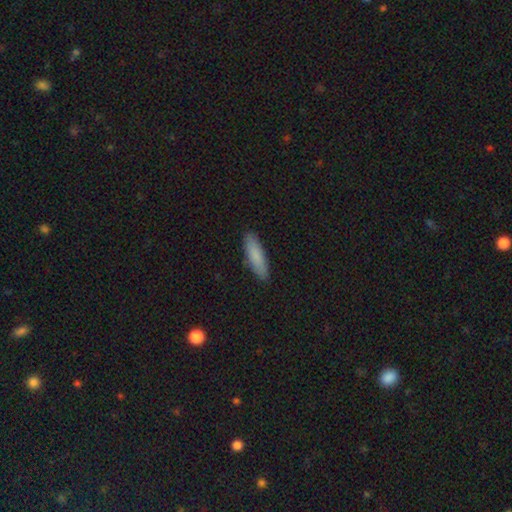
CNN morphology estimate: Smooth or featured: smooth — 85% (featured or disk — 9%)
How rounded: cigar-shaped — 66% (in between — 32%)
Merging: none — 89% (minor disturbance — 8%)